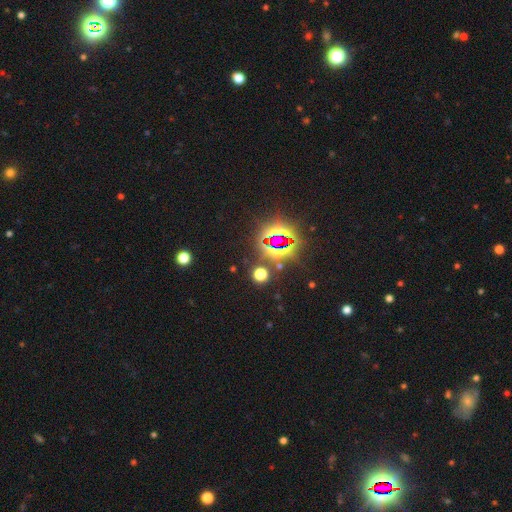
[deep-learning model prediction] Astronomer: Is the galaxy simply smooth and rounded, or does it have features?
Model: star or artifact — 84%.